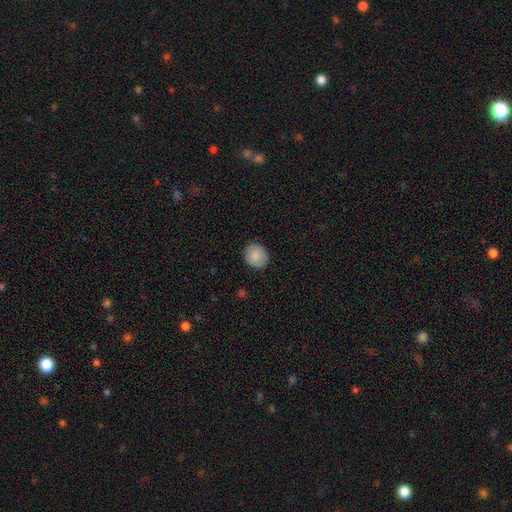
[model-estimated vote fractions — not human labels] Morphology: type=smooth (87%); roundness=round (71%); merging=none (88%).